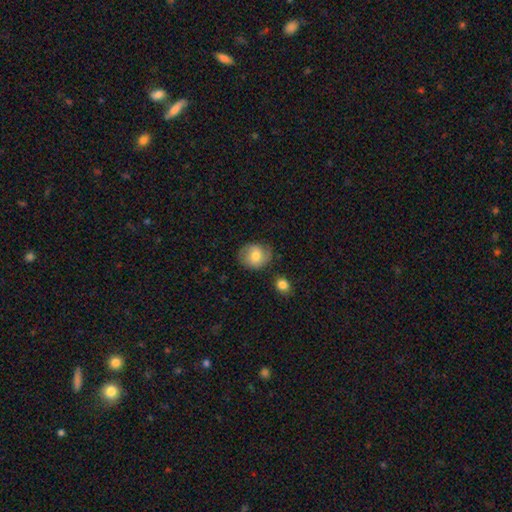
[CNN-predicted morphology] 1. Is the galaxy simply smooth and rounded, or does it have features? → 65% smooth, 27% featured or disk, 8% star or artifact.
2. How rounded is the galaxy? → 70% round, 29% in between, 1% cigar-shaped.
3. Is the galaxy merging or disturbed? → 73% none, 19% minor disturbance, 5% major disturbance, 3% merger.